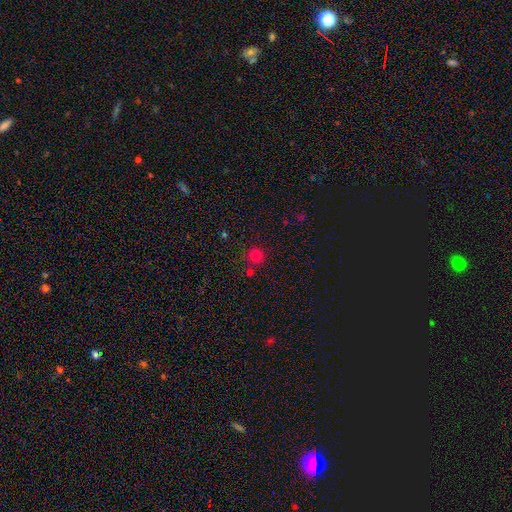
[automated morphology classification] Smooth or featured?
  - smooth: 78% *
  - star or artifact: 18%
  - featured or disk: 4%
How rounded?
  - round: 94% *
  - in between: 5%
  - cigar-shaped: 1%
Merging?
  - none: 77% *
  - merger: 11%
  - minor disturbance: 9%
  - major disturbance: 3%